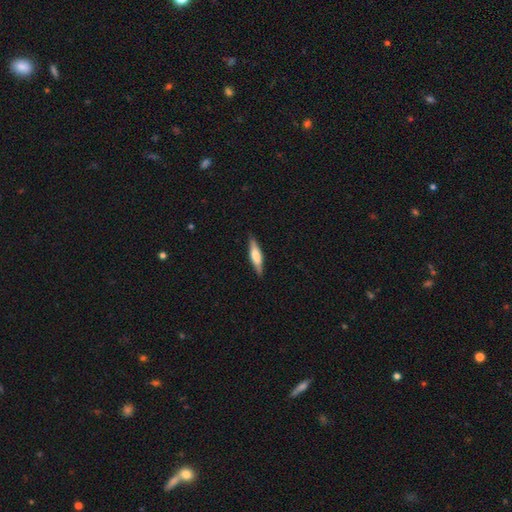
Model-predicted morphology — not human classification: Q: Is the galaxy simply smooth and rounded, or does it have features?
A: smooth — 53%.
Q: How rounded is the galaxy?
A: cigar-shaped — 75%.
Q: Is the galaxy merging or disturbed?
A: none — 87%.